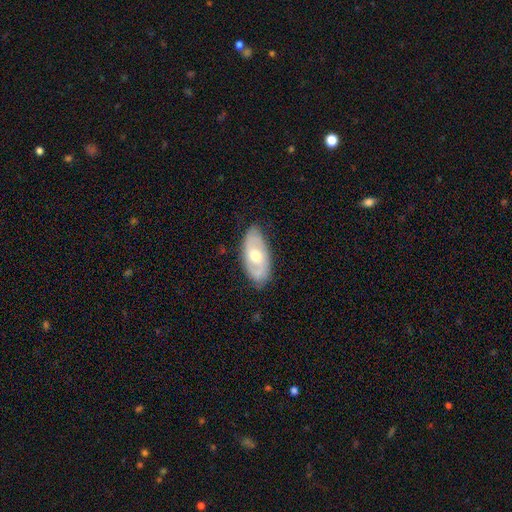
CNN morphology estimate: Q: Smooth or featured?
A: featured or disk (58%); runner-up: smooth (37%)
Q: Edge-on disk?
A: no (87%); runner-up: yes (13%)
Q: Merging?
A: none (80%); runner-up: minor disturbance (16%)